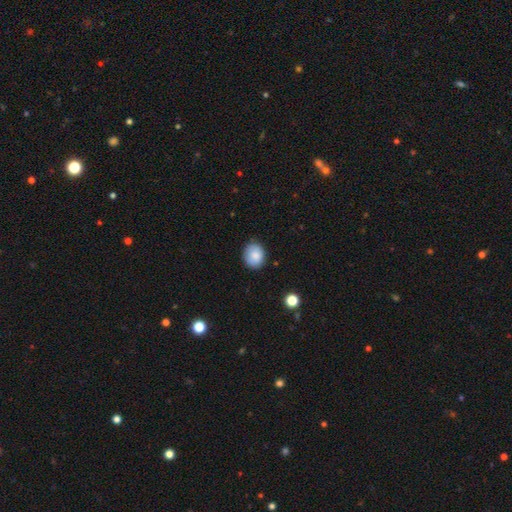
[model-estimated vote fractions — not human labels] Smooth or featured? Predicted: smooth (p=0.85). How rounded? Predicted: round (p=0.61). Merging? Predicted: none (p=0.83).